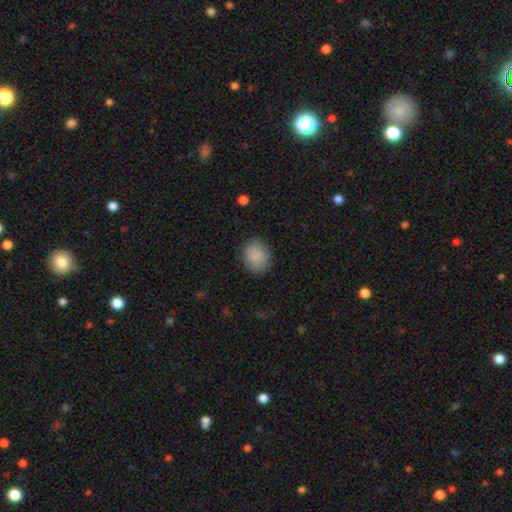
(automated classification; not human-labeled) Smooth or featured?
  - smooth: 88% *
  - star or artifact: 7%
  - featured or disk: 4%
How rounded?
  - round: 71% *
  - in between: 28%
  - cigar-shaped: 1%
Merging?
  - none: 86% *
  - minor disturbance: 10%
  - major disturbance: 3%
  - merger: 1%